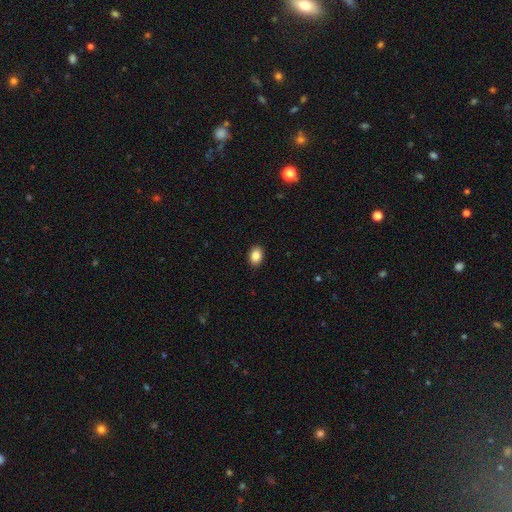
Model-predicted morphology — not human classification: smooth-or-featured: smooth: 87% | star or artifact: 8% | featured or disk: 4%
  how-rounded: in between: 74% | round: 25% | cigar-shaped: 1%
  merging: none: 91% | minor disturbance: 7% | major disturbance: 2% | merger: 1%